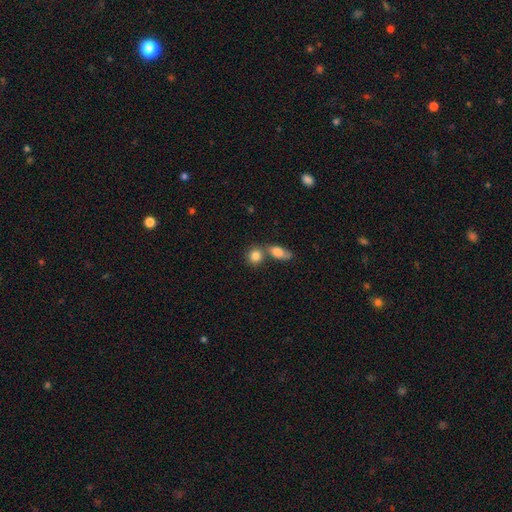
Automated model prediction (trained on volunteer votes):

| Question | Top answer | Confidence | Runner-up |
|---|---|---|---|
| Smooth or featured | smooth | 84% | star or artifact (8%) |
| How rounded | round | 72% | in between (25%) |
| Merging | none | 49% | merger (39%) |